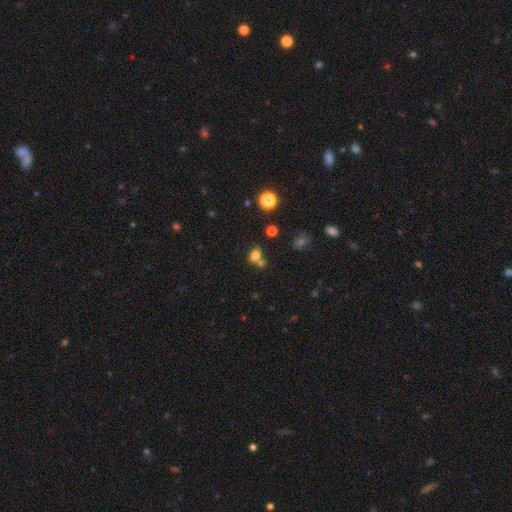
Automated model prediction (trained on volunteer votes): smooth 75%, star or artifact 16%, featured or disk 10%. Down the decision tree: how rounded — in between (64%); merging — none (46%).